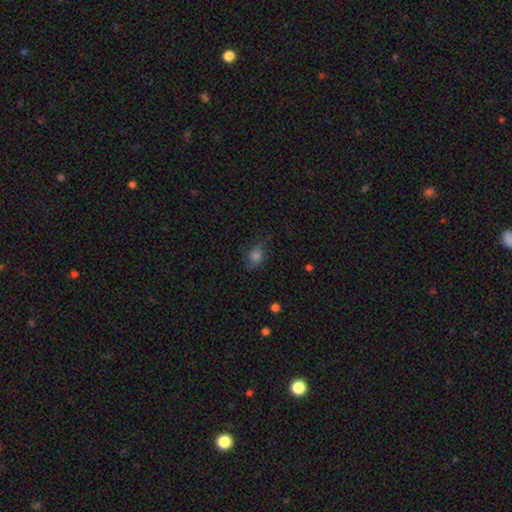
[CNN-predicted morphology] Smooth or featured?
  - smooth: 69% *
  - star or artifact: 18%
  - featured or disk: 13%
How rounded?
  - round: 57% *
  - in between: 41%
  - cigar-shaped: 2%
Merging?
  - none: 63% *
  - minor disturbance: 24%
  - major disturbance: 12%
  - merger: 2%